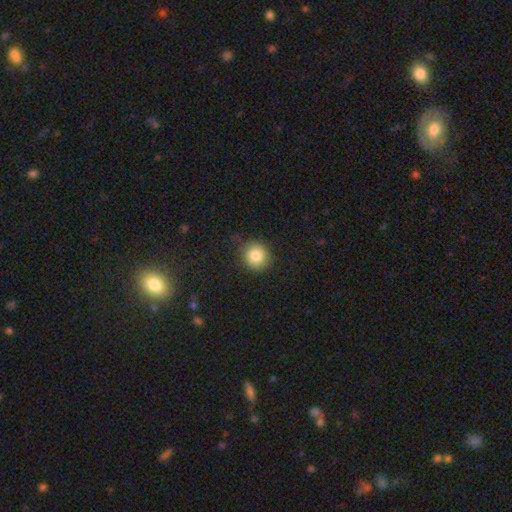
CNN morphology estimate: Smooth or featured? Predicted: smooth (p=0.83). How rounded? Predicted: round (p=0.89). Merging? Predicted: none (p=0.82).